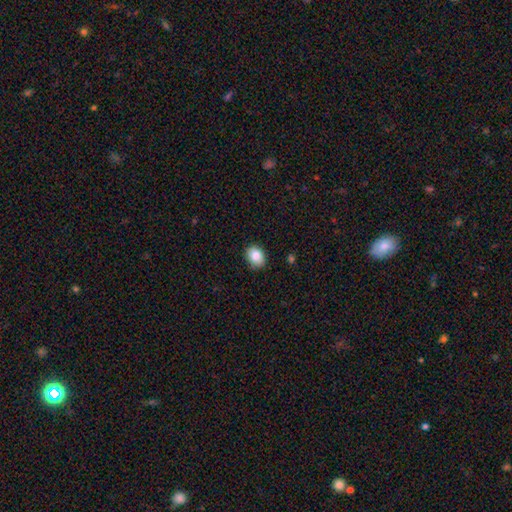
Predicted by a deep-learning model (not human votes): A smooth galaxy with no disk features (86%) that is in between round and cigar-shaped (63%).

Vote fractions:
- Smooth or featured? smooth: 86% / star or artifact: 8% / featured or disk: 5%
- How rounded? in between: 63% / round: 36% / cigar-shaped: 1%
- Merging? none: 85% / minor disturbance: 11% / major disturbance: 2% / merger: 1%